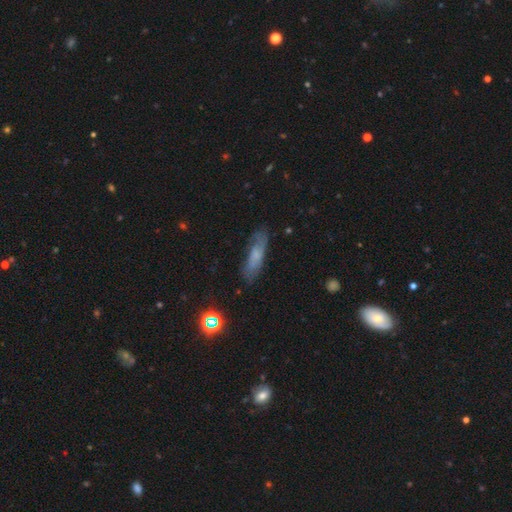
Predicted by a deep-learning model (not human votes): Morphology: type=smooth (53%); roundness=cigar-shaped (57%); merging=none (72%).